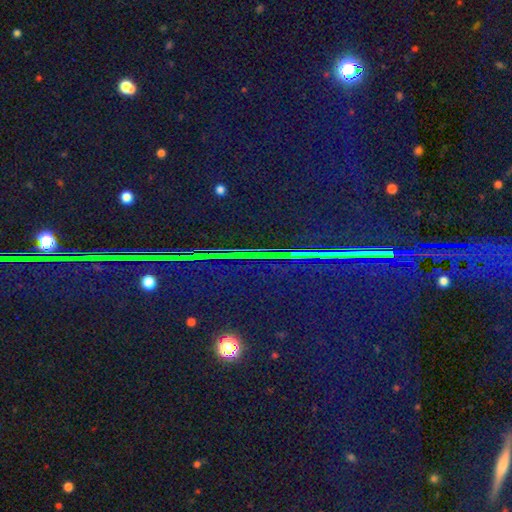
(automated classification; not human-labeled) A star or artifact, not a galaxy (86%).

Vote fractions:
- Smooth or featured? star or artifact: 86% / smooth: 7% / featured or disk: 7%